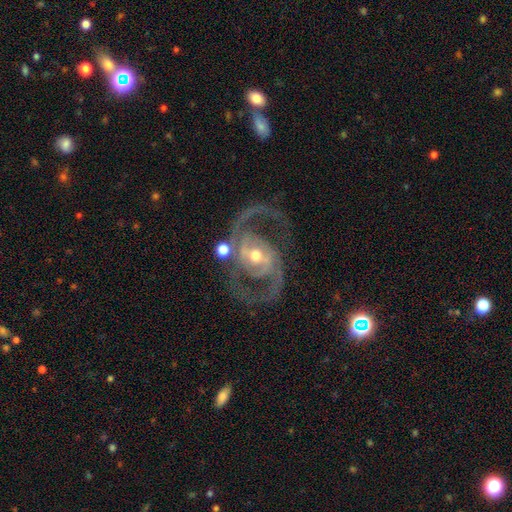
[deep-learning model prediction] This is clearly a featured or disk galaxy (91%). It is clearly not viewed edge-on (97%). Bar: marginally weak (41%). Spiral arm pattern: clearly yes (94%). Spiral arm count: clearly 2 (90%). Spiral winding: possibly medium (59%). Central bulge: likely moderate (63%). Merging: likely none (72%).